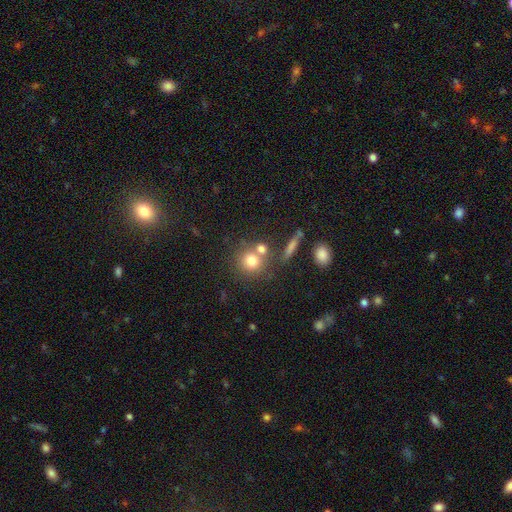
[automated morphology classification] This is likely a smooth galaxy (68%). How rounded: clearly round (88%). Merging: likely none (64%).